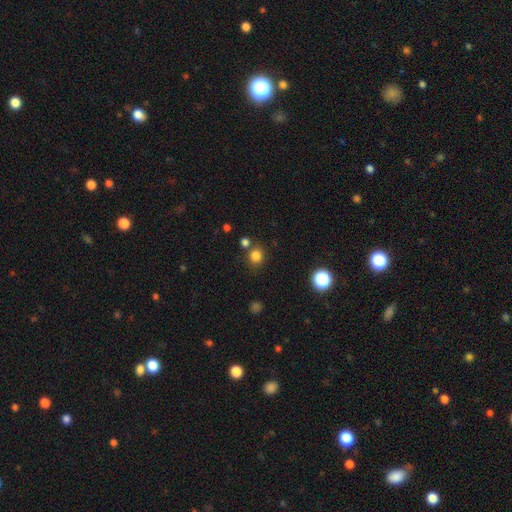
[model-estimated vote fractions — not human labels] Smooth or featured?
  - smooth: 80% *
  - star or artifact: 15%
  - featured or disk: 5%
How rounded?
  - round: 82% *
  - in between: 17%
  - cigar-shaped: 1%
Merging?
  - none: 73% *
  - merger: 13%
  - minor disturbance: 10%
  - major disturbance: 4%